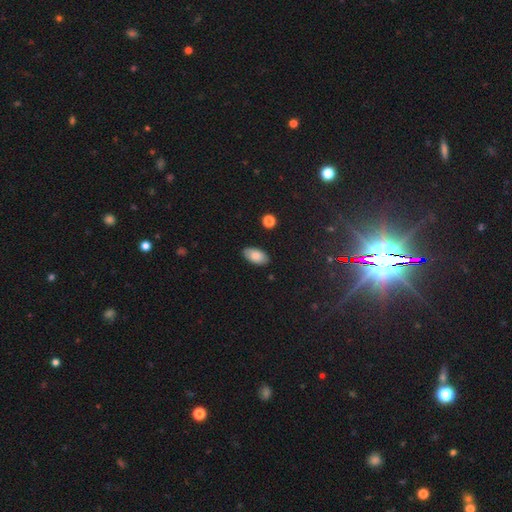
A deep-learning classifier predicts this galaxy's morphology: smooth_or_featured: smooth (p=0.83) [alt: featured or disk p=0.10]
how_rounded: in between (p=0.95) [alt: round p=0.03]
merging: none (p=0.86) [alt: minor disturbance p=0.11]